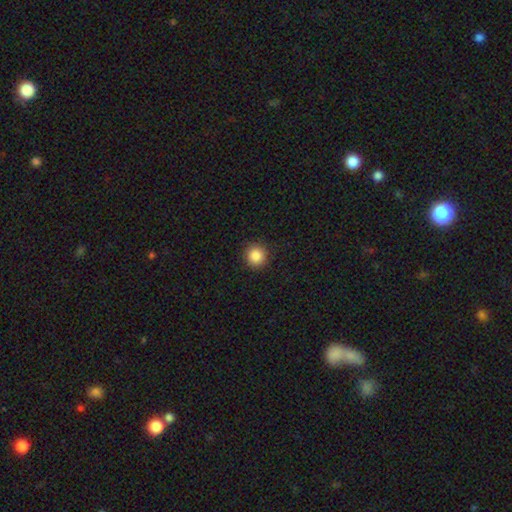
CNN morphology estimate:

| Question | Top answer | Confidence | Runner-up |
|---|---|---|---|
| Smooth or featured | smooth | 86% | star or artifact (10%) |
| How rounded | round | 94% | in between (5%) |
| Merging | none | 92% | minor disturbance (5%) |